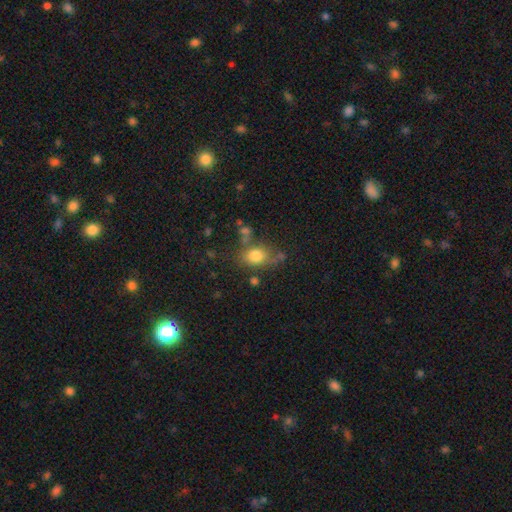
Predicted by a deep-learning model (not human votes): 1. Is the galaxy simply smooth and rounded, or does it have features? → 78% smooth, 11% featured or disk, 11% star or artifact.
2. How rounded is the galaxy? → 62% in between, 36% round, 2% cigar-shaped.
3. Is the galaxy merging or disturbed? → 57% none, 21% minor disturbance, 11% merger, 11% major disturbance.